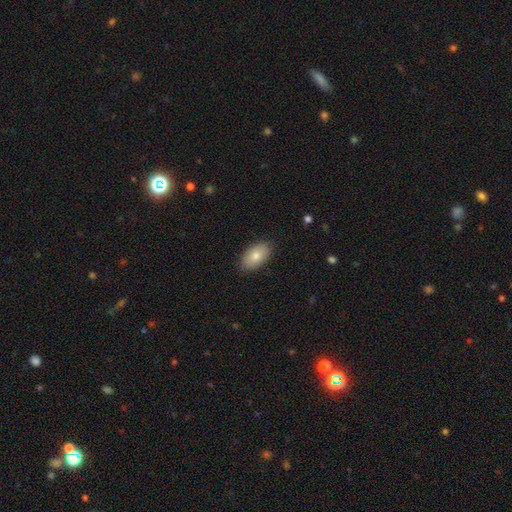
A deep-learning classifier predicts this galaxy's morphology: Smooth or featured? Predicted: smooth (p=0.78). How rounded? Predicted: in between (p=0.93). Merging? Predicted: none (p=0.88).